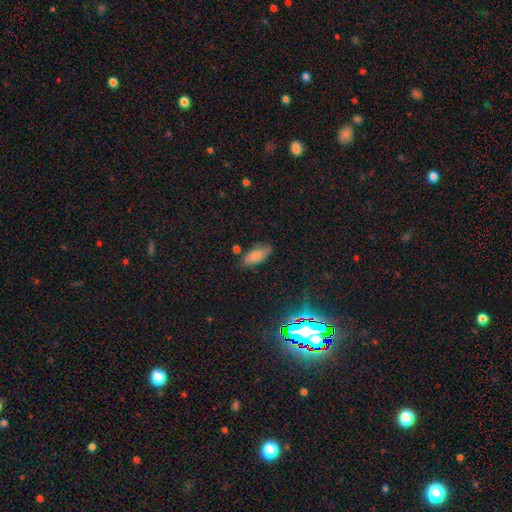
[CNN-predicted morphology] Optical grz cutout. It shows a smooth galaxy with no disk features (75%) that is in between round and cigar-shaped (87%). Merging: none (74%).